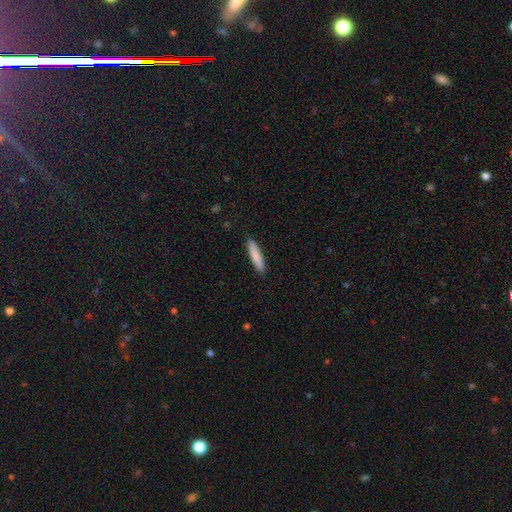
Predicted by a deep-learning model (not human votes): The model was most divided on "how rounded": cigar-shaped: 86%, in between: 12%, round: 1%. More confident: merging — none (90%); smooth or featured — smooth (85%).